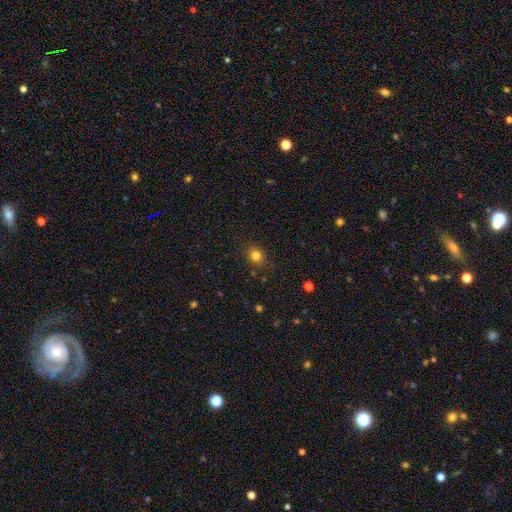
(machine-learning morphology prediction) smooth 81%, star or artifact 14%, featured or disk 5%. Down the decision tree: how rounded — round (71%); merging — none (83%).